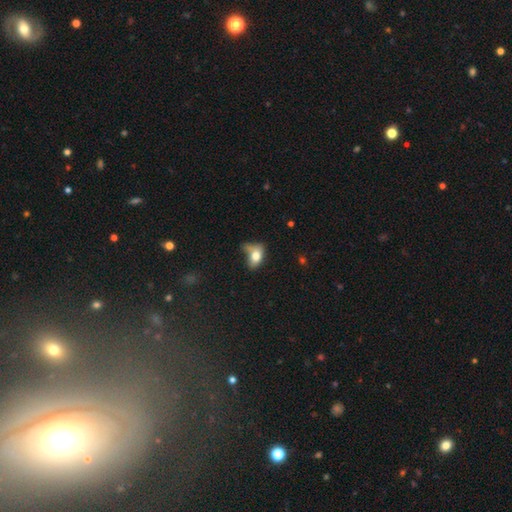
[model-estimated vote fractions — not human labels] smooth_or_featured: smooth (p=0.75) [alt: featured or disk p=0.16]
how_rounded: in between (p=0.83) [alt: round p=0.13]
merging: minor disturbance (p=0.31) [alt: none p=0.30]